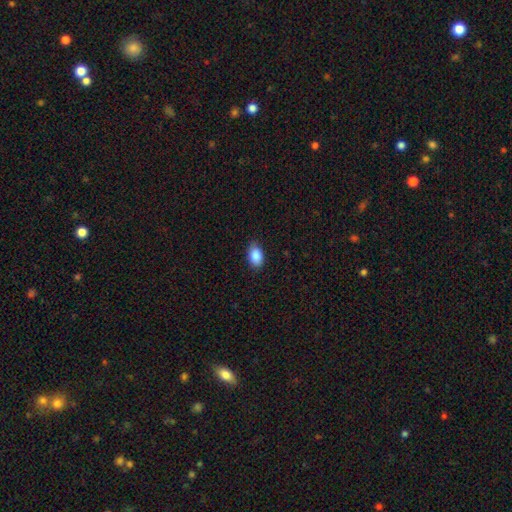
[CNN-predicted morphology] Q: Smooth or featured?
A: smooth (89%); runner-up: star or artifact (7%)
Q: How rounded?
A: in between (91%); runner-up: round (7%)
Q: Merging?
A: none (85%); runner-up: minor disturbance (12%)